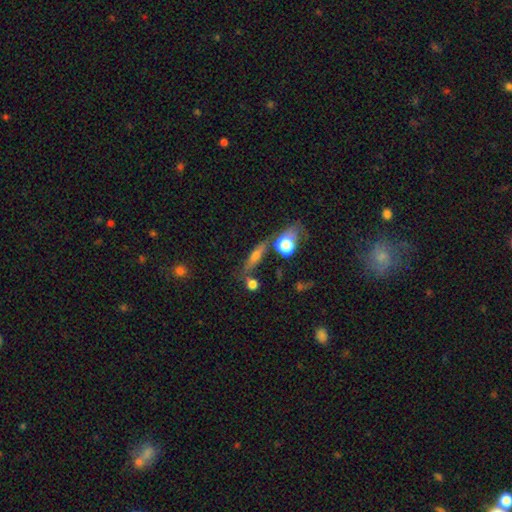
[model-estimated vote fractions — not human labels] Smooth or featured? featured or disk (51%)
Edge-on disk? yes (88%)
Merging? none (69%)